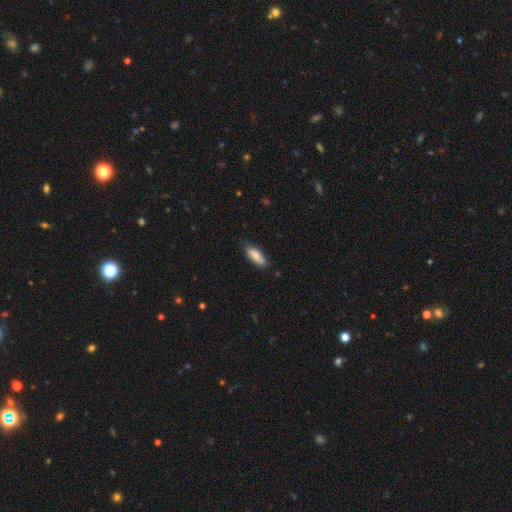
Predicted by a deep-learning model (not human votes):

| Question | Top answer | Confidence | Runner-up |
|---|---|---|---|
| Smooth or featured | smooth | 81% | featured or disk (13%) |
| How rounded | in between | 63% | cigar-shaped (36%) |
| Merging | none | 79% | minor disturbance (17%) |